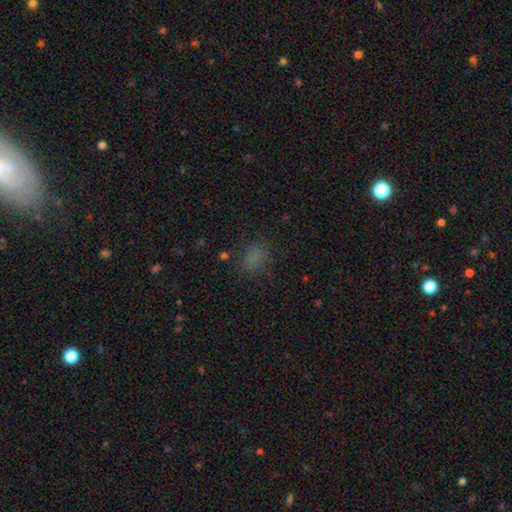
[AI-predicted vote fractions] Smooth or featured? Predicted: smooth (p=0.74). How rounded? Predicted: in between (p=0.62). Merging? Predicted: none (p=0.76).